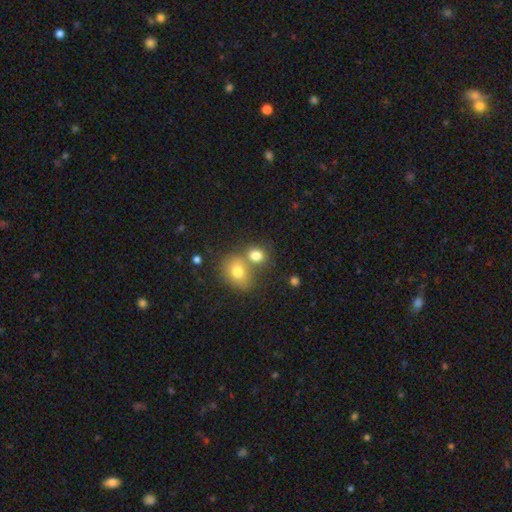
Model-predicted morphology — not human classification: This is likely a smooth galaxy (79%). How rounded: possibly round (52%). Merging: marginally merger (44%).